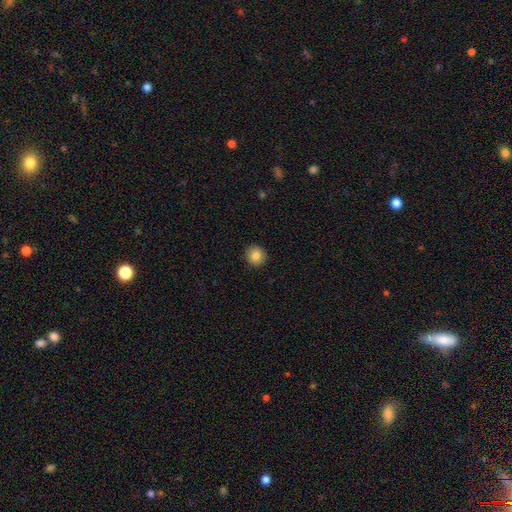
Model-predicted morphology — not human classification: smooth_or_featured: smooth (p=0.85) [alt: star or artifact p=0.09]
how_rounded: round (p=0.92) [alt: in between p=0.07]
merging: none (p=0.92) [alt: minor disturbance p=0.05]